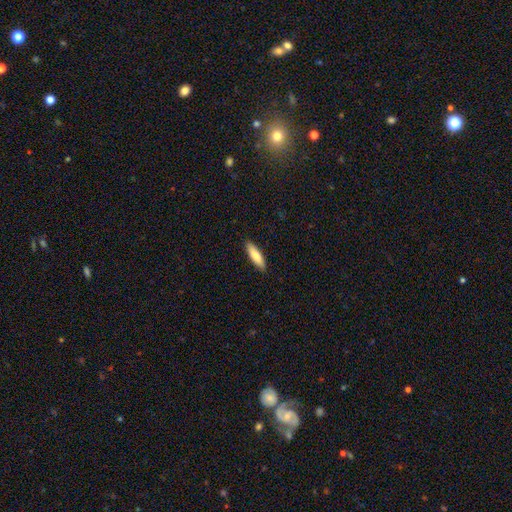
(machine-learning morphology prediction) Smooth or featured: smooth — 79% (featured or disk — 16%)
How rounded: cigar-shaped — 61% (in between — 37%)
Merging: none — 90% (minor disturbance — 7%)